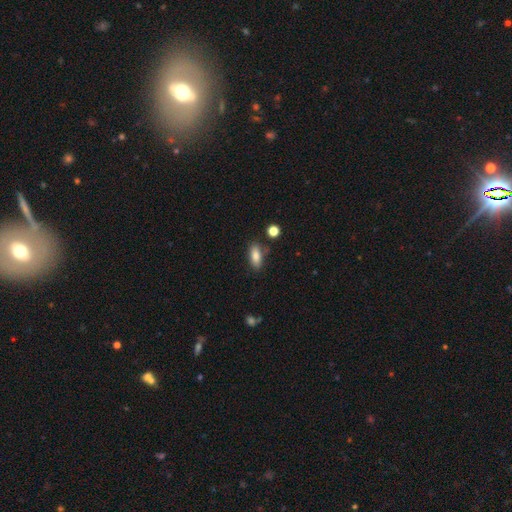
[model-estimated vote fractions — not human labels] Morphology: type=smooth (83%); roundness=in between (82%); merging=none (80%).